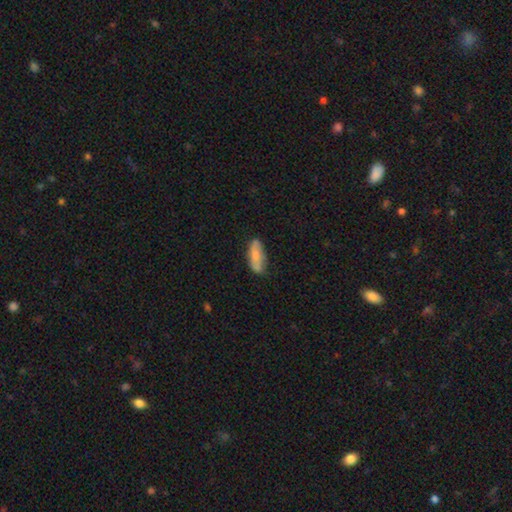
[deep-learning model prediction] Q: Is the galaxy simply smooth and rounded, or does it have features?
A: smooth — 71%.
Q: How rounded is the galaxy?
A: in between — 72%.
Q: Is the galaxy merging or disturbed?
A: none — 67%.